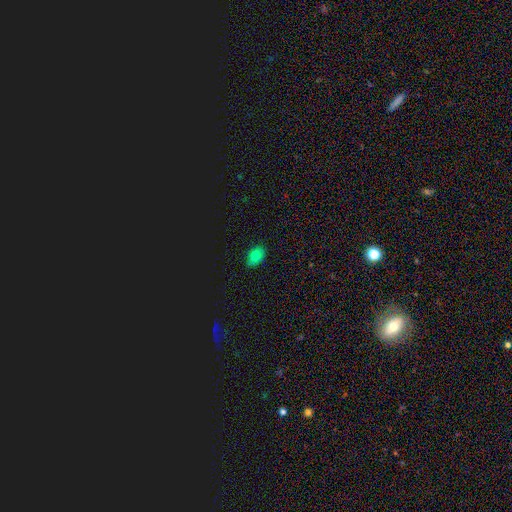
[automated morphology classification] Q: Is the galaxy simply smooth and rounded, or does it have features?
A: smooth — 79%.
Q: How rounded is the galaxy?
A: in between — 83%.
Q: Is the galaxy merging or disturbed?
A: none — 79%.